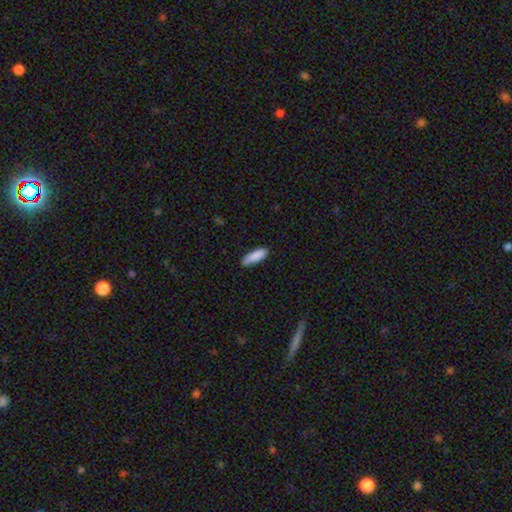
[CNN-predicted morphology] This appears to be a smooth galaxy with no disk features (88%) that is in between round and cigar-shaped (52%). Merging: none (79%).